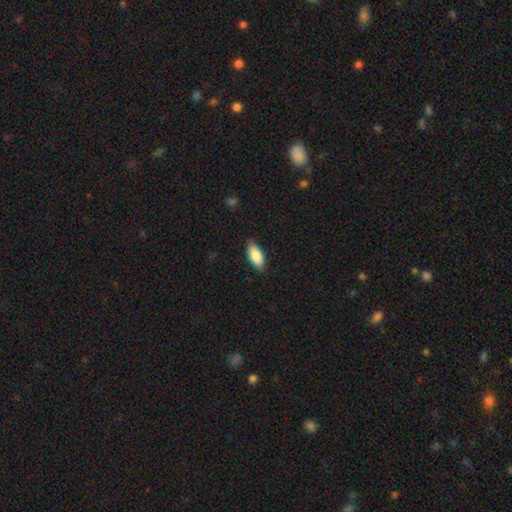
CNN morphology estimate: Smooth or featured: smooth — 85% (featured or disk — 9%)
How rounded: in between — 88% (cigar-shaped — 10%)
Merging: none — 86% (minor disturbance — 11%)